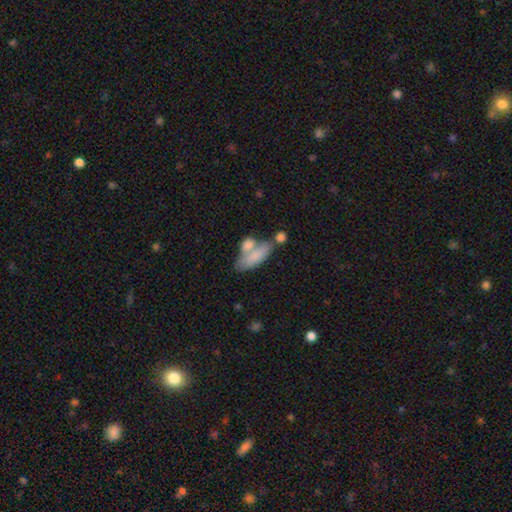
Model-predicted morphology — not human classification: Overall: smooth (74%). How rounded: in between (77%). Merging: merger (46%; none 32%).